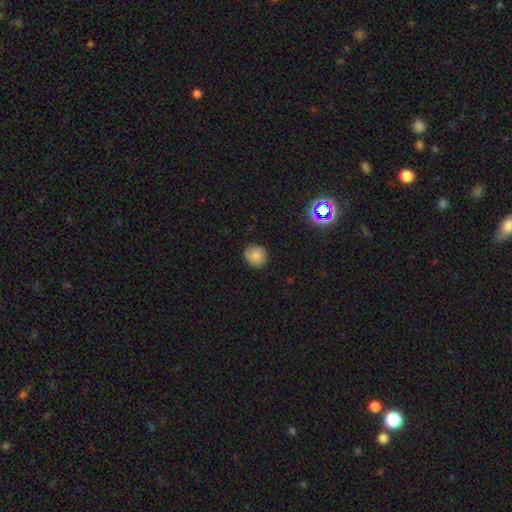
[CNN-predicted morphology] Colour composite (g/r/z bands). It shows a smooth galaxy with no disk features (82%) that is round (85%). Merging: none (81%).